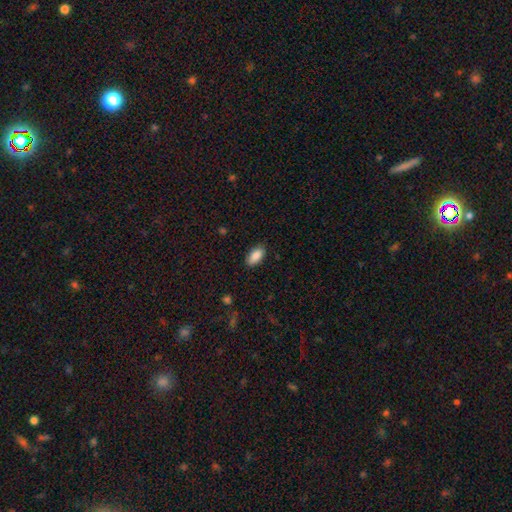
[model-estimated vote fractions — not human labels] Smooth or featured?
  - smooth: 87% *
  - star or artifact: 7%
  - featured or disk: 6%
How rounded?
  - in between: 92% *
  - cigar-shaped: 6%
  - round: 3%
Merging?
  - none: 85% *
  - minor disturbance: 11%
  - major disturbance: 2%
  - merger: 1%